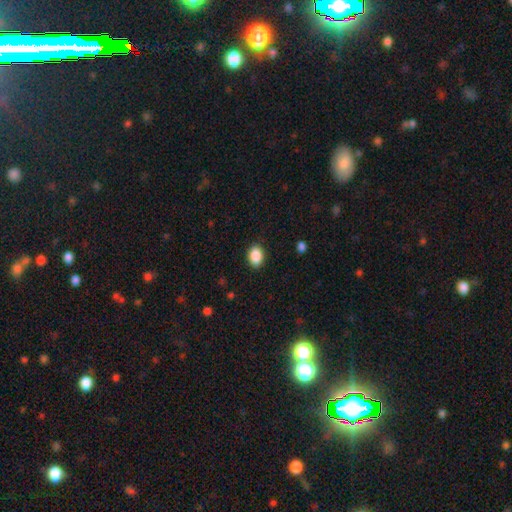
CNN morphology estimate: Overall: smooth (90%). How rounded: in between (80%). Merging: none (89%).